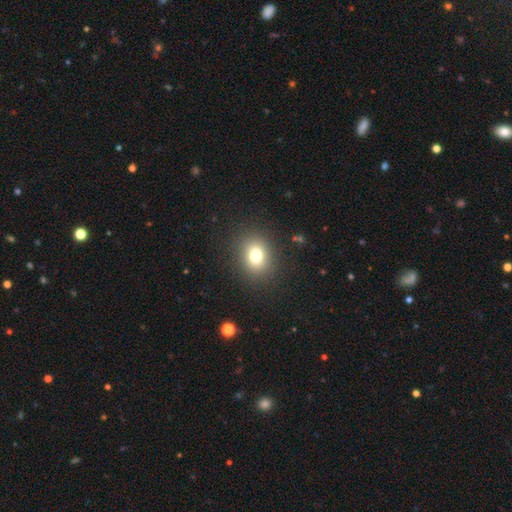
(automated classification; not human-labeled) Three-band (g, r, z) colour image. It shows a smooth galaxy with no disk features (77%) that is round (59%). Merging: none (88%).